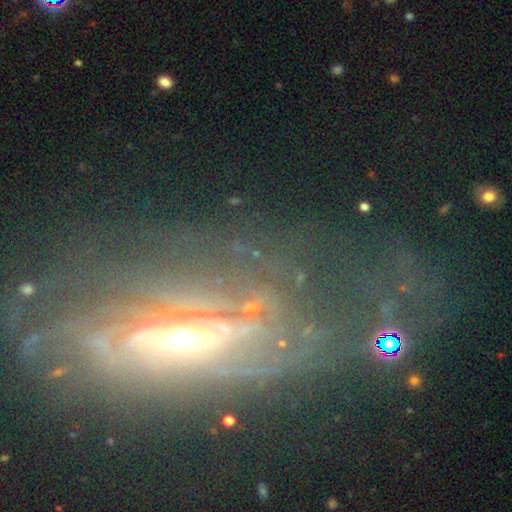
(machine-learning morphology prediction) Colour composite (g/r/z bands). It shows a featured or disk galaxy (79%) with no bar (54%), spiral arms (66%) and a moderate central bulge (61%). Merging: none (50%).